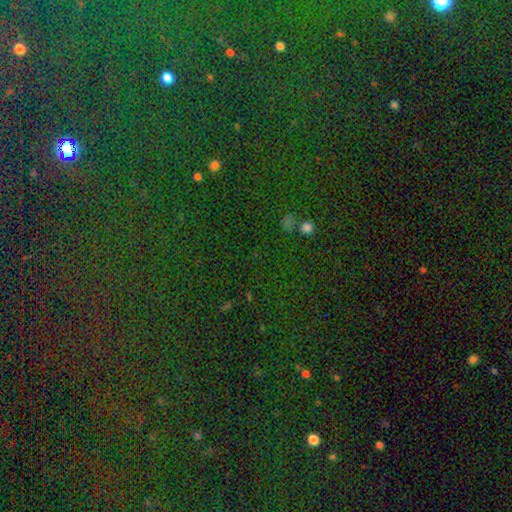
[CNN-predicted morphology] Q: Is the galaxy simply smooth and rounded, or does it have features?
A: star or artifact — 78%.